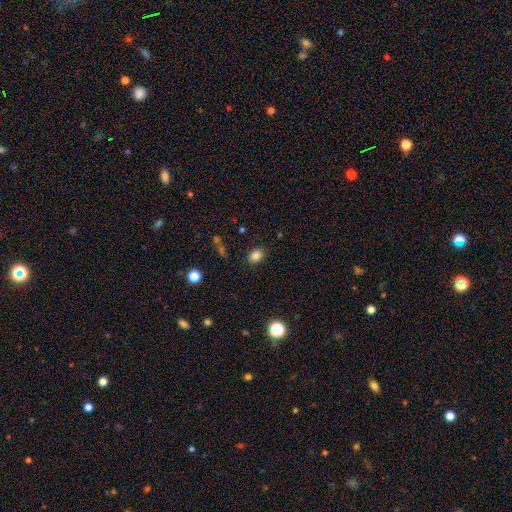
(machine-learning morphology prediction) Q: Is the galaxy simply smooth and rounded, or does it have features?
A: smooth — 83%.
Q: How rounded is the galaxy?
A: in between — 58%.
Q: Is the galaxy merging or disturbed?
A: none — 84%.